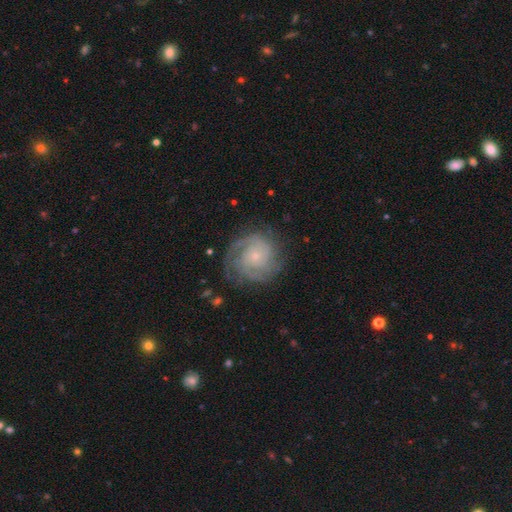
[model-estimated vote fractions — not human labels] Morphology: type=featured or disk (82%); edge-on=no (98%); bar=no (79%); spiral arms=yes (95%); winding=tight (64%); arm count=2 (28%); bulge=small (81%); merging=none (76%).